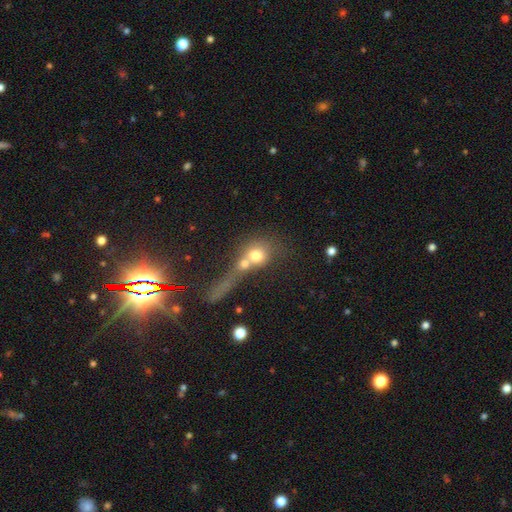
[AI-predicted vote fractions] smooth-or-featured: smooth: 66% | featured or disk: 22% | star or artifact: 12%
  how-rounded: round: 66% | in between: 26% | cigar-shaped: 7%
  merging: merger: 63% | none: 19% | major disturbance: 11% | minor disturbance: 7%